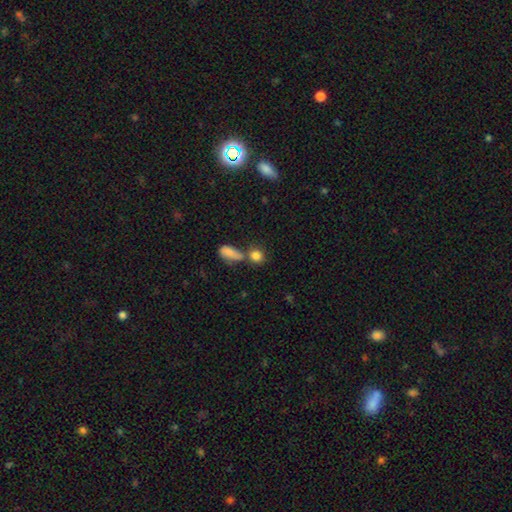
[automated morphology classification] This is clearly a smooth galaxy (83%). How rounded: likely round (68%). Merging: possibly none (49%).